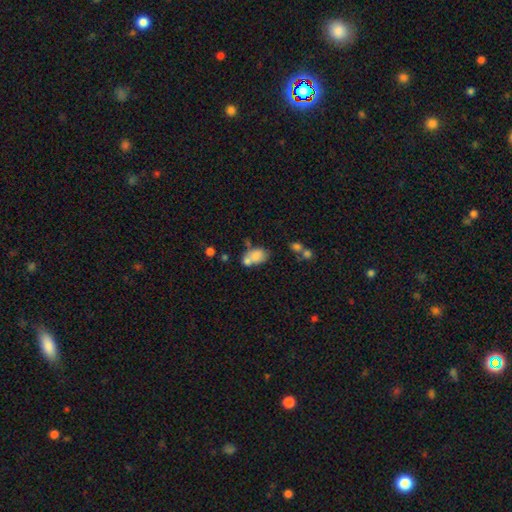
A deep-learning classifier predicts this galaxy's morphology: type=smooth (72%); roundness=in between (84%); merging=merger (41%).